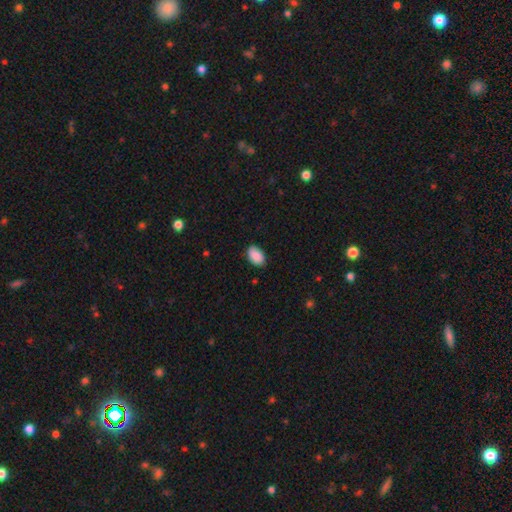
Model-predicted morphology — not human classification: Smooth or featured? smooth (90%)
How rounded? in between (92%)
Merging? none (84%)